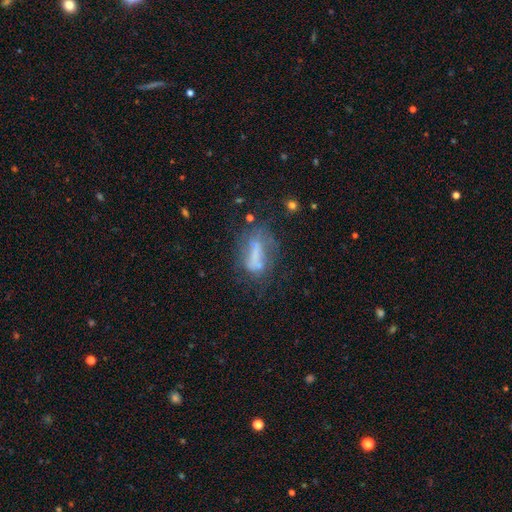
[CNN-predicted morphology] A featured or disk galaxy (44%). Merging: none (40%).